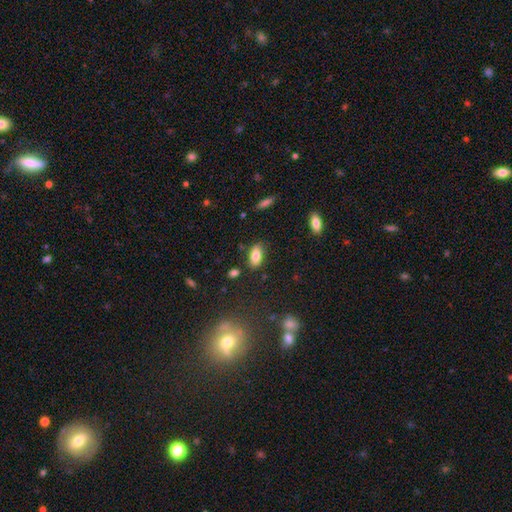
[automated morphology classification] A smooth galaxy with no disk features (80%) that is in between round and cigar-shaped (89%).

Vote fractions:
- Smooth or featured? smooth: 80% / featured or disk: 11% / star or artifact: 8%
- How rounded? in between: 89% / cigar-shaped: 7% / round: 3%
- Merging? none: 79% / minor disturbance: 14% / merger: 3% / major disturbance: 3%